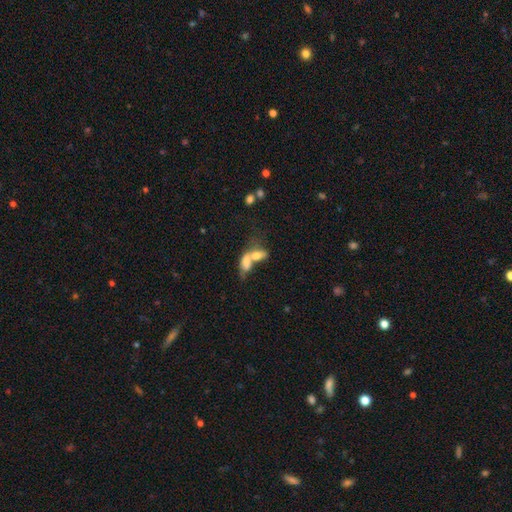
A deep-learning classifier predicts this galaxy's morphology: Overall: smooth (66%). How rounded: in between (79%). Merging: merger (74%).